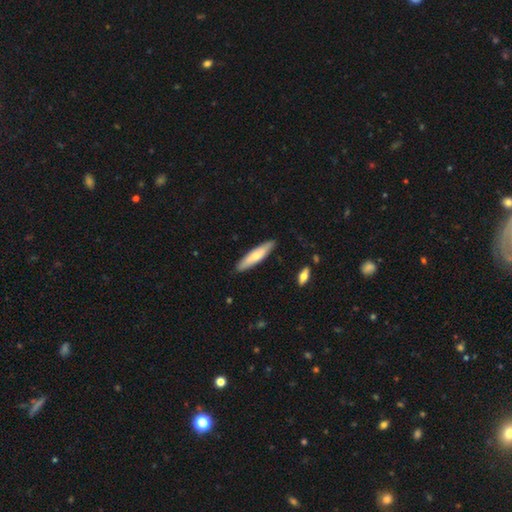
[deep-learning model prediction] A smooth galaxy with no disk features (63%) that is cigar-shaped (79%).

Vote fractions:
- Smooth or featured? smooth: 63% / featured or disk: 32% / star or artifact: 5%
- How rounded? cigar-shaped: 79% / in between: 19% / round: 1%
- Merging? none: 87% / minor disturbance: 10% / major disturbance: 2% / merger: 1%